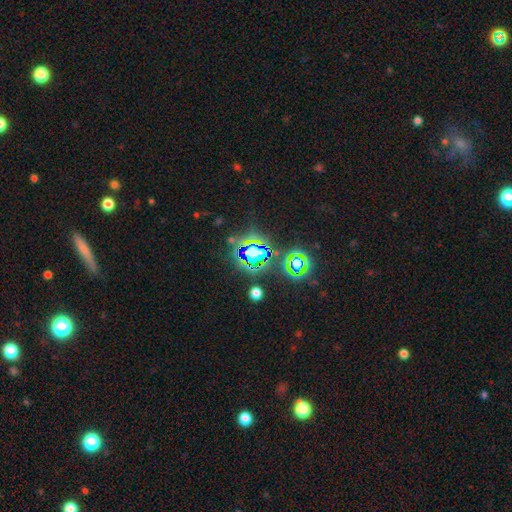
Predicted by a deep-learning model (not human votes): smooth_or_featured: star or artifact (p=0.72) [alt: smooth p=0.17]